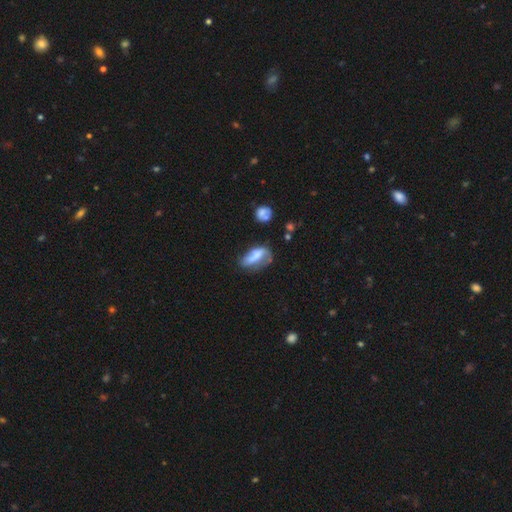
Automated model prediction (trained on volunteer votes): Smooth or featured?
  - smooth: 55% *
  - featured or disk: 35%
  - star or artifact: 9%
How rounded?
  - in between: 81% *
  - cigar-shaped: 14%
  - round: 5%
Merging?
  - none: 36% *
  - minor disturbance: 30%
  - major disturbance: 26%
  - merger: 8%